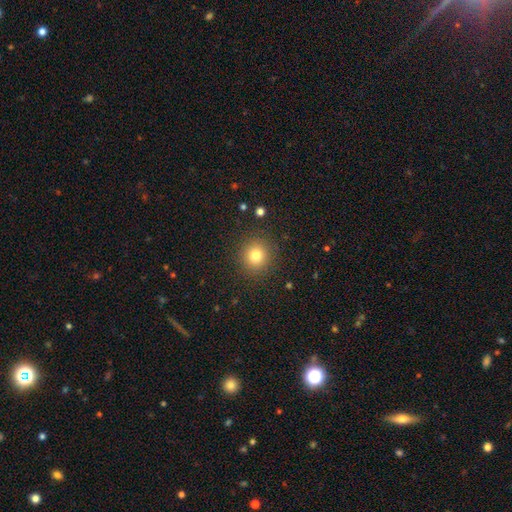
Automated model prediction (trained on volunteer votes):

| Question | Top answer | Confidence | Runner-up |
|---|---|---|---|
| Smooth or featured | smooth | 79% | star or artifact (13%) |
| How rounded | round | 92% | in between (7%) |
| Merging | none | 90% | minor disturbance (6%) |